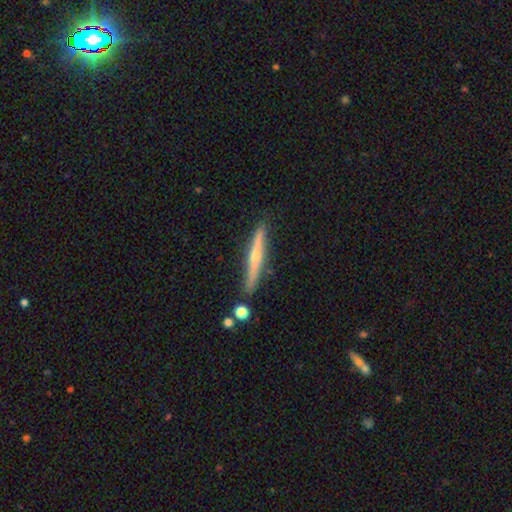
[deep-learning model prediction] smooth_or_featured: featured or disk (p=0.65) [alt: smooth p=0.29]
disk_edge_on: yes (p=0.97) [alt: no p=0.03]
edge_on_bulge: rounded (p=0.75) [alt: none p=0.21]
merging: none (p=0.86) [alt: minor disturbance p=0.09]